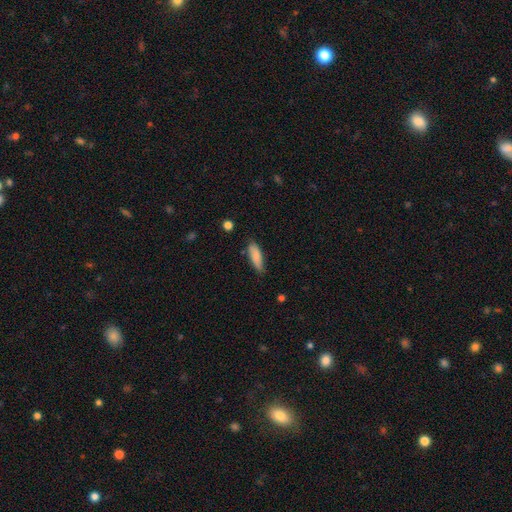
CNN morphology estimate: smooth_or_featured: smooth (p=0.83) [alt: featured or disk p=0.10]
how_rounded: in between (p=0.50) [alt: cigar-shaped p=0.48]
merging: none (p=0.71) [alt: minor disturbance p=0.23]